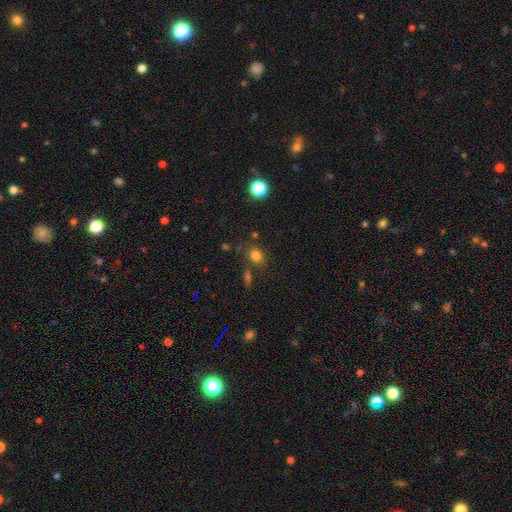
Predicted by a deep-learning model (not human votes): A smooth galaxy with no disk features (78%) that is round (54%).

Vote fractions:
- Smooth or featured? smooth: 78% / star or artifact: 15% / featured or disk: 7%
- How rounded? round: 54% / in between: 45% / cigar-shaped: 1%
- Merging? none: 71% / minor disturbance: 13% / merger: 11% / major disturbance: 5%